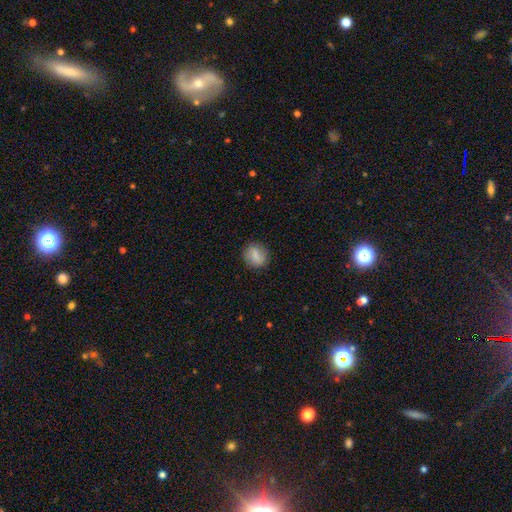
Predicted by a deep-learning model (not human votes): smooth 80%, featured or disk 12%, star or artifact 8%. Down the decision tree: how rounded — round (67%); merging — none (86%).